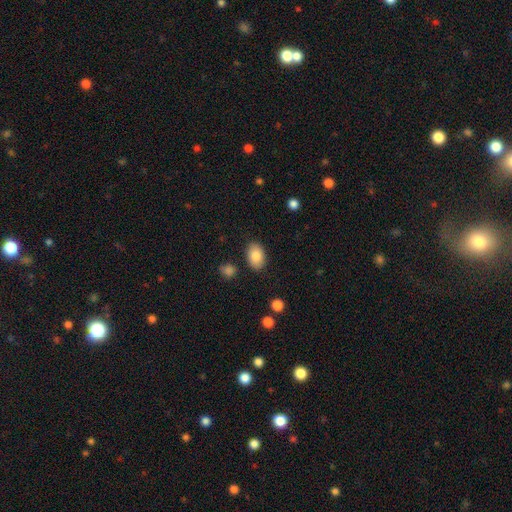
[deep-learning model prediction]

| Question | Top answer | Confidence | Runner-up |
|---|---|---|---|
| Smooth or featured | smooth | 84% | featured or disk (9%) |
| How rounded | in between | 87% | round (12%) |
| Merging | none | 85% | minor disturbance (10%) |